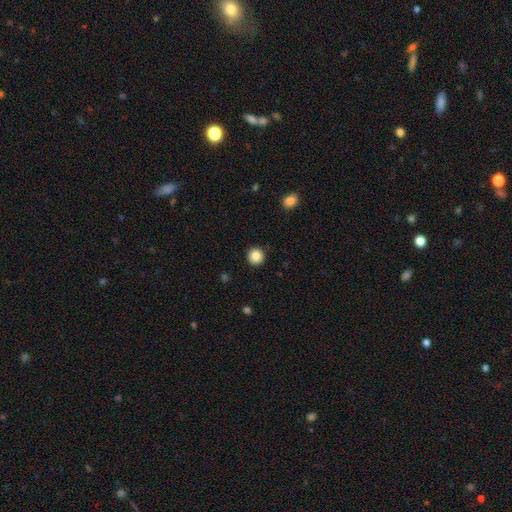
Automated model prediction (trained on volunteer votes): A smooth galaxy with no disk features (86%) that is round (95%). Merging: none (92%).